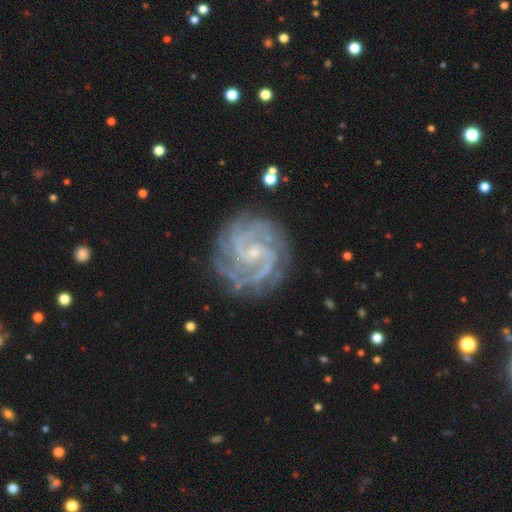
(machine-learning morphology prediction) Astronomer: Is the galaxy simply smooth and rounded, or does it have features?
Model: featured or disk — 89%.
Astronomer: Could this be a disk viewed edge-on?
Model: no — 98%.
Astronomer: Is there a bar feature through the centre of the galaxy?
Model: weak — 45% (runner-up: no, 40%).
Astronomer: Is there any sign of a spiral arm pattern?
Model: yes — 98%.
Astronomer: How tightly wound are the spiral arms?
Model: tight — 62%.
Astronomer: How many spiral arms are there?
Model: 2 — 38% (runner-up: 3, 21%).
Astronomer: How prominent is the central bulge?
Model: small — 75%.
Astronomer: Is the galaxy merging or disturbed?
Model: none — 81%.